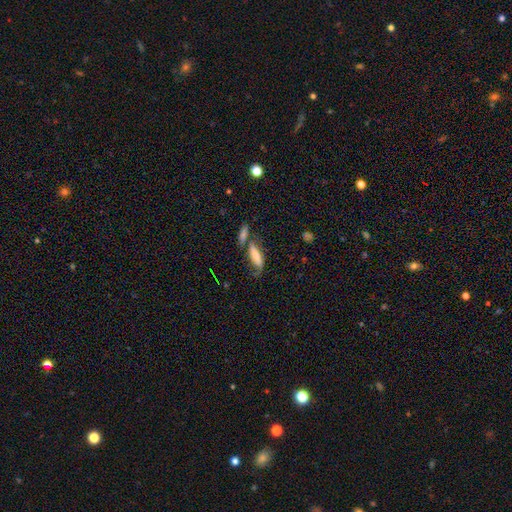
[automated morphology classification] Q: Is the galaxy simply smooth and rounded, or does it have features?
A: smooth — 61%.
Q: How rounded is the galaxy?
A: in between — 57%.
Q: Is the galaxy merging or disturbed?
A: none — 42%.